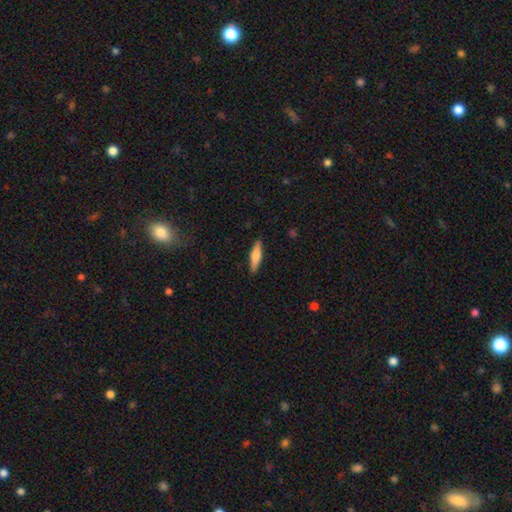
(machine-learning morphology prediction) Q: Smooth or featured?
A: smooth (68%); runner-up: featured or disk (26%)
Q: How rounded?
A: cigar-shaped (76%); runner-up: in between (22%)
Q: Merging?
A: none (88%); runner-up: minor disturbance (9%)